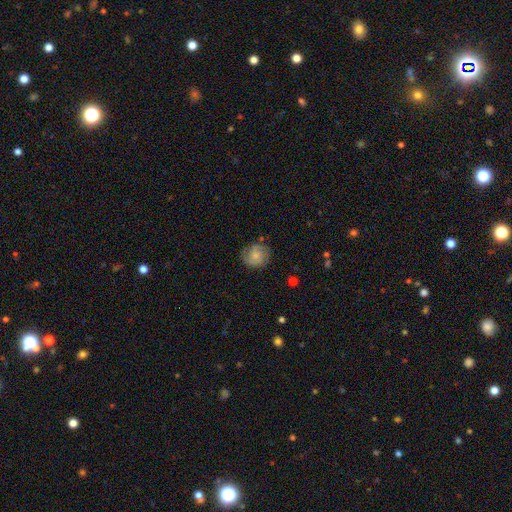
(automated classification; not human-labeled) featured or disk 52%, smooth 41%, star or artifact 8%. Down the decision tree: edge-on disk — no (97%); bar — no (72%); spiral arms — yes (88%); bulge size — small (58%); merging — none (74%).